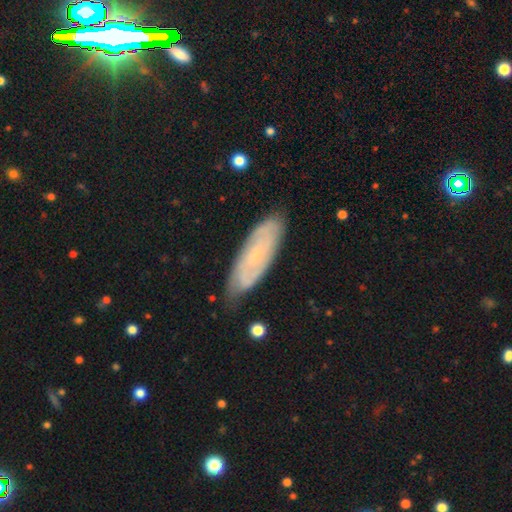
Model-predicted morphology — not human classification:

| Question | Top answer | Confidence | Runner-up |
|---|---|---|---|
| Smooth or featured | featured or disk | 55% | smooth (37%) |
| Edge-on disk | no | 81% | yes (19%) |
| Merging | none | 76% | minor disturbance (19%) |